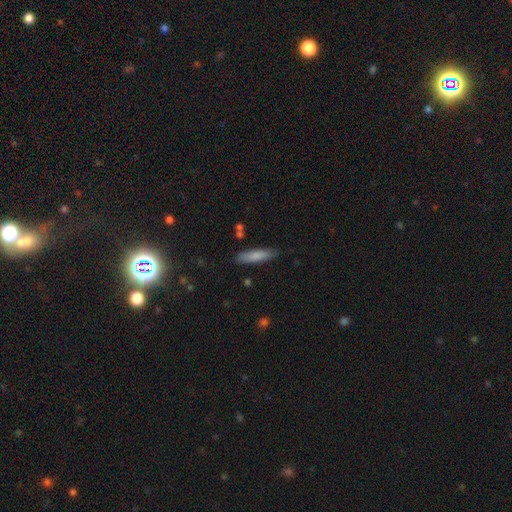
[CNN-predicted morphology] smooth-or-featured: smooth: 80% | featured or disk: 14% | star or artifact: 6%
  how-rounded: cigar-shaped: 73% | in between: 25% | round: 1%
  merging: none: 82% | minor disturbance: 13% | merger: 3% | major disturbance: 2%